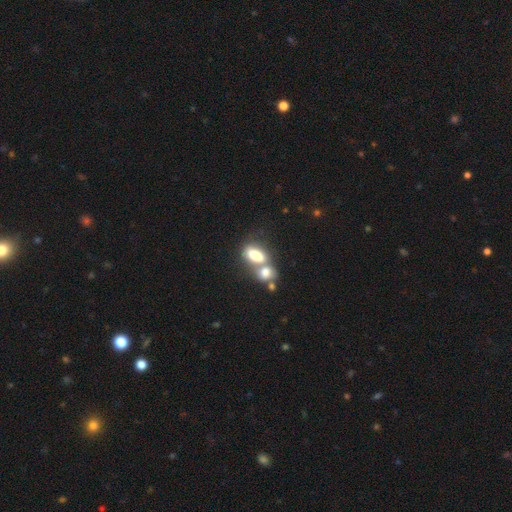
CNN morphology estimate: Smooth or featured: smooth — 74% (featured or disk — 18%)
How rounded: in between — 83% (round — 11%)
Merging: merger — 61% (none — 27%)